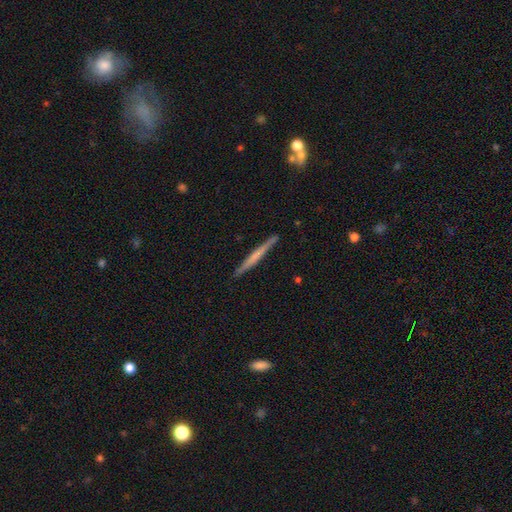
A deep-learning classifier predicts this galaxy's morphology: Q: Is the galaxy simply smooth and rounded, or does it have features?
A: featured or disk — 49%.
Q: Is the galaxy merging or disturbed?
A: none — 90%.